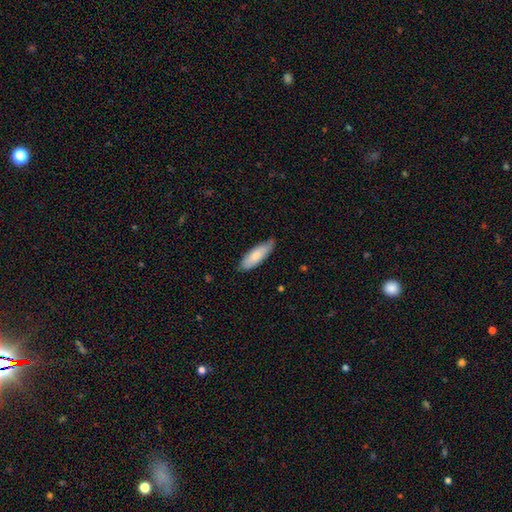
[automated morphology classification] Q: Smooth or featured?
A: smooth (78%); runner-up: featured or disk (16%)
Q: How rounded?
A: in between (58%); runner-up: cigar-shaped (41%)
Q: Merging?
A: none (73%); runner-up: minor disturbance (23%)